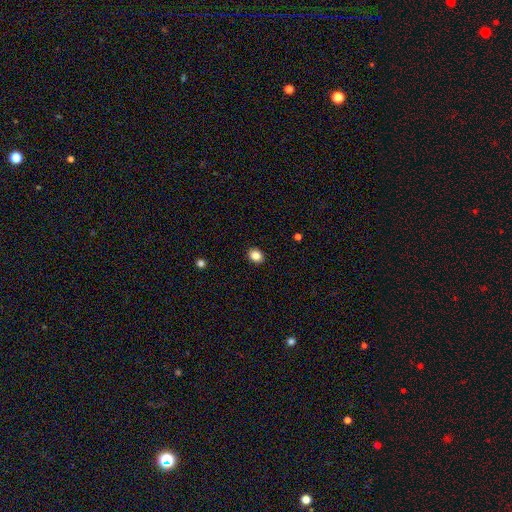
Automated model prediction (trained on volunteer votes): This appears to be a smooth galaxy with no disk features (85%) that is round (56%). Merging: none (91%).